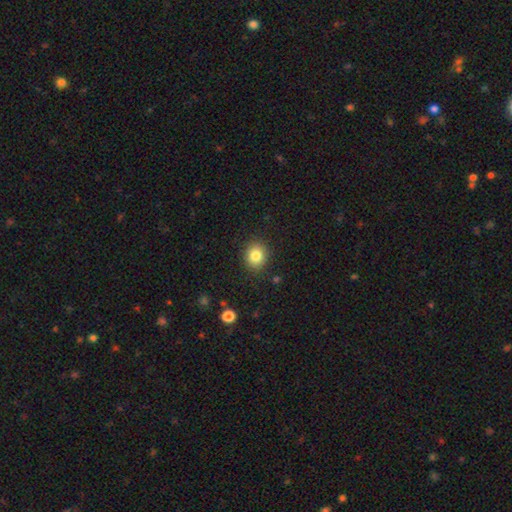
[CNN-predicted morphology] smooth_or_featured: smooth (p=0.83) [alt: star or artifact p=0.10]
how_rounded: round (p=0.76) [alt: in between p=0.23]
merging: none (p=0.89) [alt: minor disturbance p=0.08]